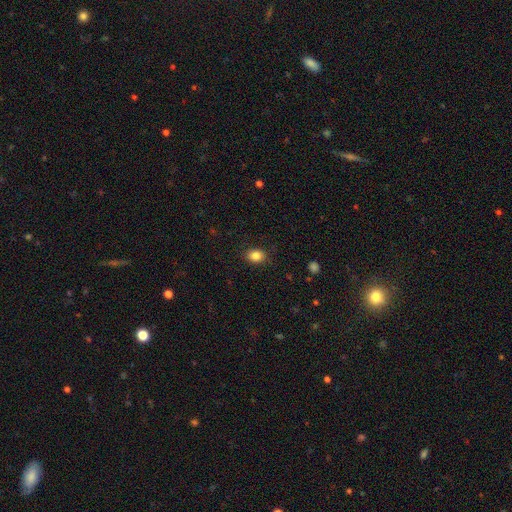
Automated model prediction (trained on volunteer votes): This appears to be a smooth galaxy with no disk features (85%) that is in between round and cigar-shaped (56%). Merging: none (87%).